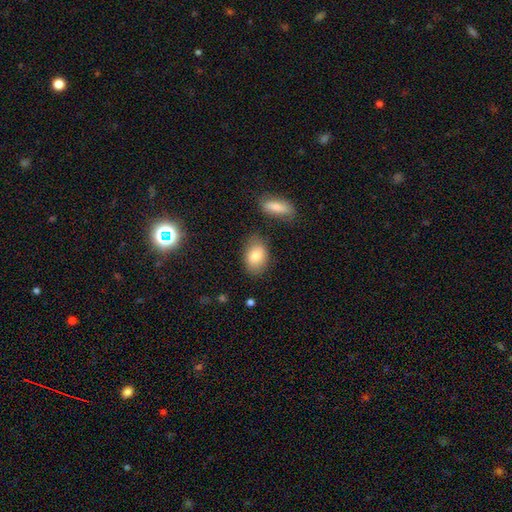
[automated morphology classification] smooth 82%, featured or disk 11%, star or artifact 7%. Down the decision tree: how rounded — in between (85%); merging — none (75%).